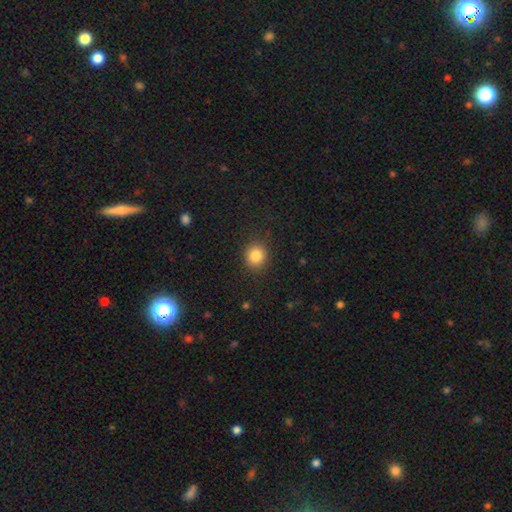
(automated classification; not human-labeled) Q: Smooth or featured?
A: smooth (84%); runner-up: star or artifact (11%)
Q: How rounded?
A: round (86%); runner-up: in between (13%)
Q: Merging?
A: none (88%); runner-up: minor disturbance (8%)